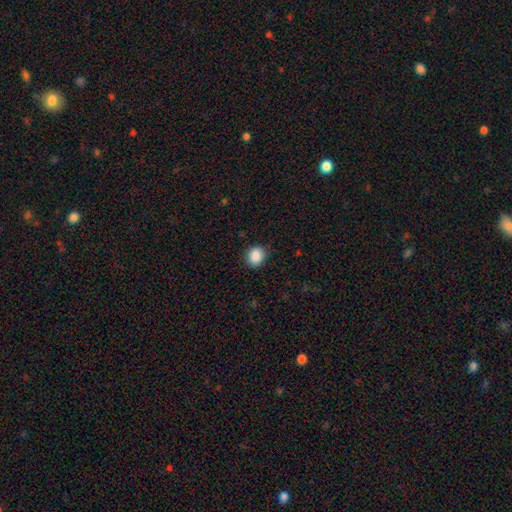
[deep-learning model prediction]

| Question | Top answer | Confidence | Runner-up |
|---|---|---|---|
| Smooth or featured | smooth | 89% | star or artifact (9%) |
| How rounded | round | 68% | in between (31%) |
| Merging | none | 87% | minor disturbance (9%) |